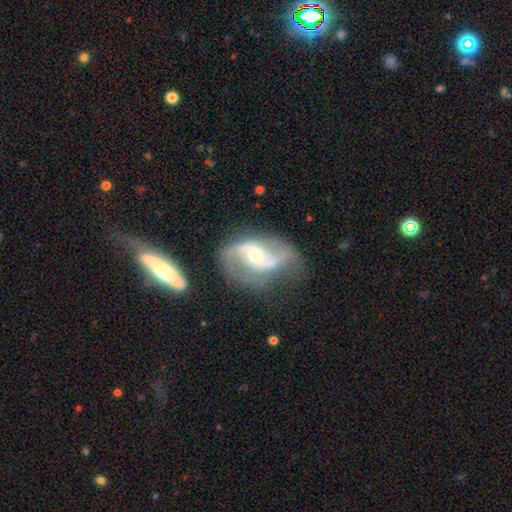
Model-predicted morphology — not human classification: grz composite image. It shows a featured or disk galaxy (89%) with no bar (46%), 2 (92%) loose (47%) spiral arms (97%) and a small central bulge (49%). Merging: none (64%).